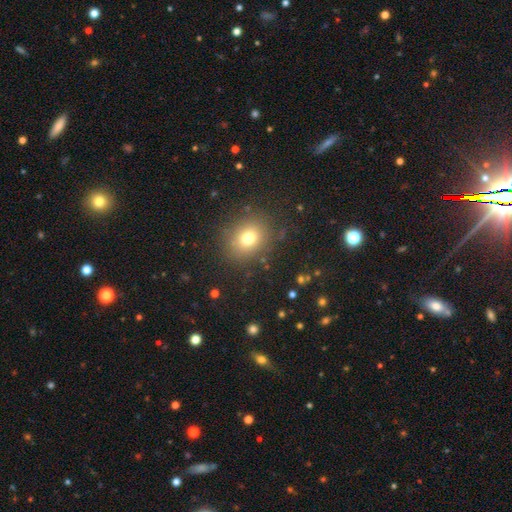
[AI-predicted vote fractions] smooth-or-featured: smooth: 49% | star or artifact: 41% | featured or disk: 10%
  merging: none: 89% | minor disturbance: 7% | major disturbance: 3% | merger: 2%